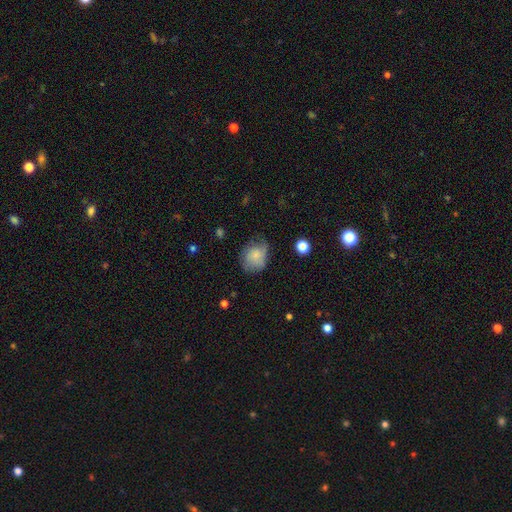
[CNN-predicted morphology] A smooth galaxy with no disk features (68%) that is round (59%). Merging: none (49%).